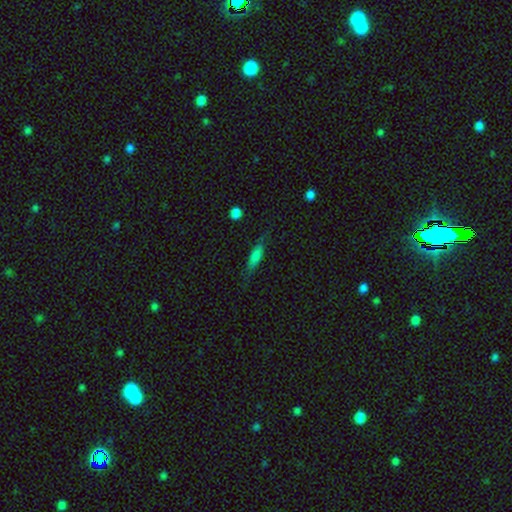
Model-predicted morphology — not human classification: Overall: smooth (71%). How rounded: cigar-shaped (63%; in between 34%). Merging: none (72%).